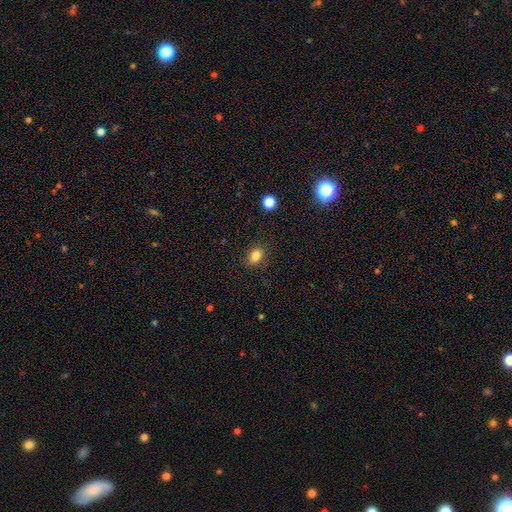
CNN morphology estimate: The model was most divided on "how rounded": in between: 72%, round: 27%, cigar-shaped: 2%. More confident: smooth or featured — smooth (83%); merging — none (82%).